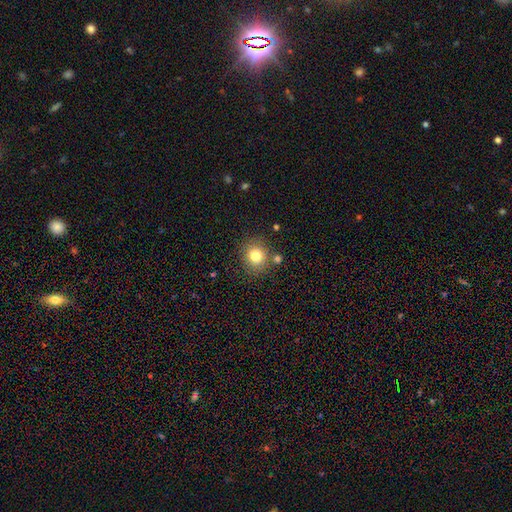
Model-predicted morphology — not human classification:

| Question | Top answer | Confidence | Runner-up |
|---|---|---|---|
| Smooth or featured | smooth | 80% | star or artifact (12%) |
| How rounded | round | 84% | in between (15%) |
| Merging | none | 80% | minor disturbance (10%) |